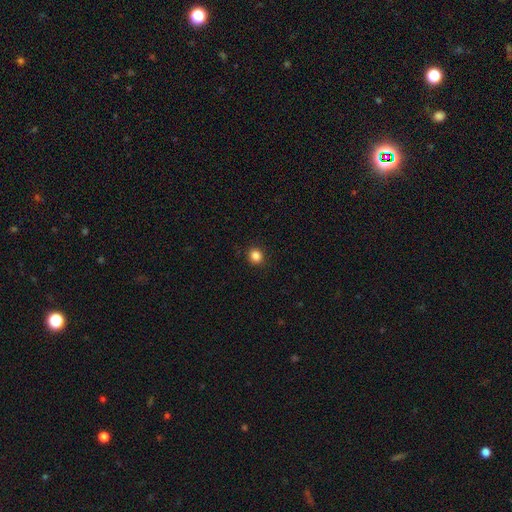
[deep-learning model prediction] Morphology: type=smooth (85%); roundness=round (85%); merging=none (92%).